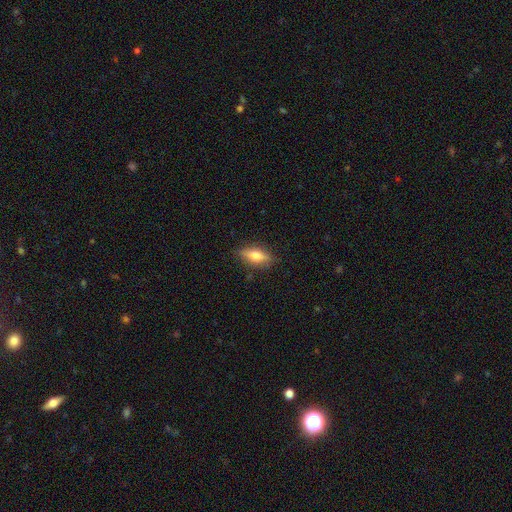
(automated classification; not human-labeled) The model was most divided on "smooth or featured": smooth: 58%, featured or disk: 34%, star or artifact: 8%. More confident: merging — none (82%); how rounded — in between (63%).